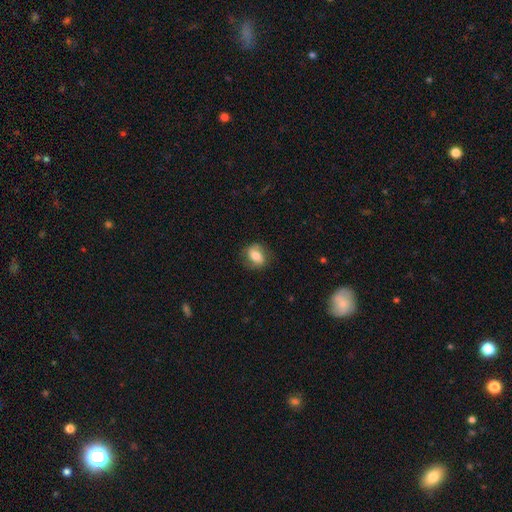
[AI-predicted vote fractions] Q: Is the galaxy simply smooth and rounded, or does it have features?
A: smooth — 66%.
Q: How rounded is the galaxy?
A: in between — 71%.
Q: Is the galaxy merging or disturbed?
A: none — 76%.